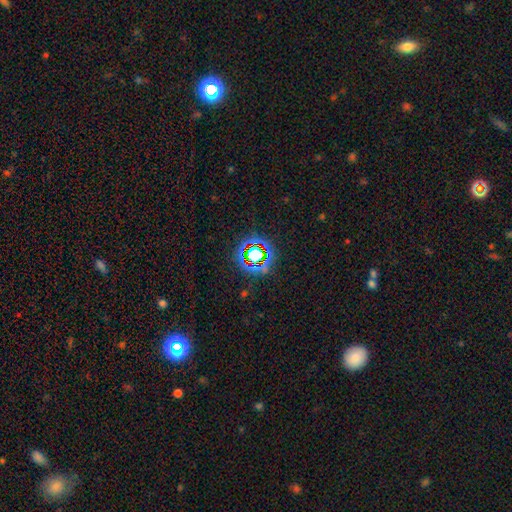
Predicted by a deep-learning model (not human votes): smooth-or-featured: star or artifact: 69% | smooth: 19% | featured or disk: 11%